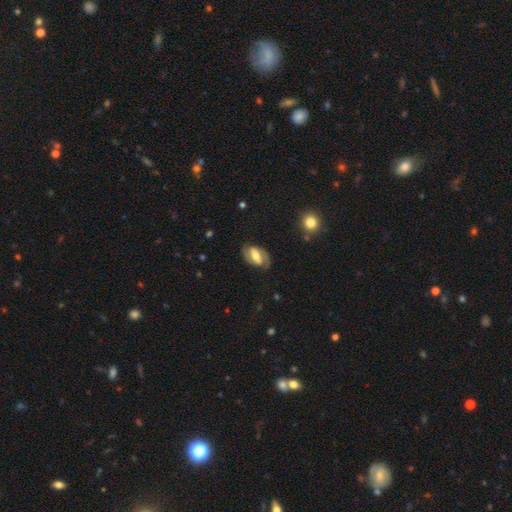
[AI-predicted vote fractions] Q: Smooth or featured?
A: featured or disk (68%); runner-up: smooth (25%)
Q: Edge-on disk?
A: no (94%); runner-up: yes (6%)
Q: Bar?
A: strong (48%); runner-up: weak (35%)
Q: Spiral arms?
A: yes (84%); runner-up: no (16%)
Q: Spiral winding?
A: medium (44%); runner-up: tight (37%)
Q: Spiral arm count?
A: 2 (85%); runner-up: can't tell (8%)
Q: Bulge size?
A: moderate (56%); runner-up: small (22%)
Q: Merging?
A: none (75%); runner-up: minor disturbance (16%)